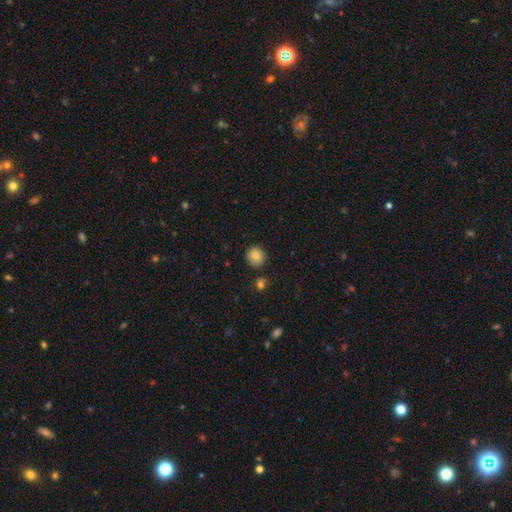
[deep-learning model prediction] Smooth or featured: smooth — 84% (star or artifact — 10%)
How rounded: round — 91% (in between — 8%)
Merging: none — 86% (minor disturbance — 9%)